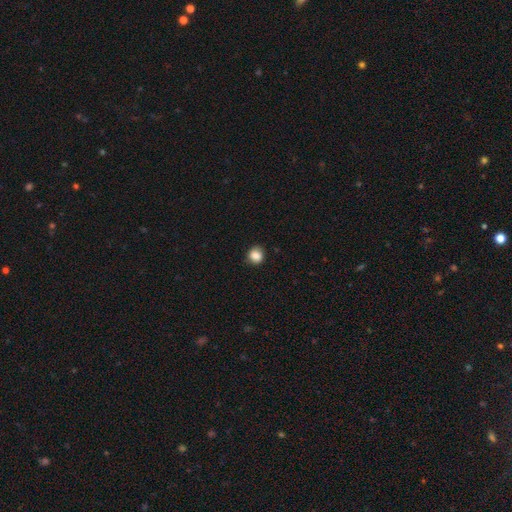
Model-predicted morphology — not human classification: smooth 86%, star or artifact 10%, featured or disk 4%. Down the decision tree: how rounded — round (82%); merging — none (86%).